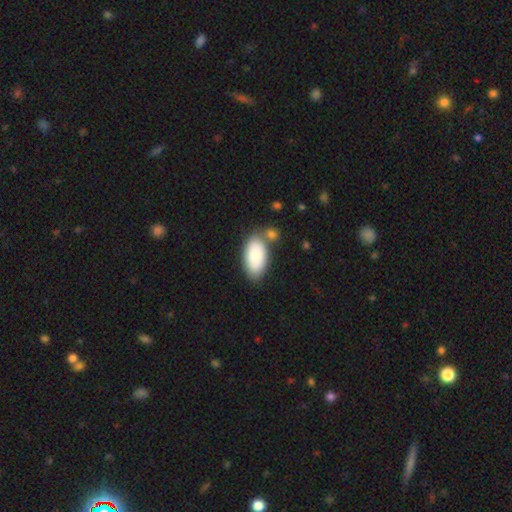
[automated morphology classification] A smooth galaxy with no disk features (82%) that is in between round and cigar-shaped (95%).

Vote fractions:
- Smooth or featured? smooth: 82% / featured or disk: 12% / star or artifact: 6%
- How rounded? in between: 95% / cigar-shaped: 3% / round: 3%
- Merging? none: 63% / merger: 18% / minor disturbance: 16% / major disturbance: 4%